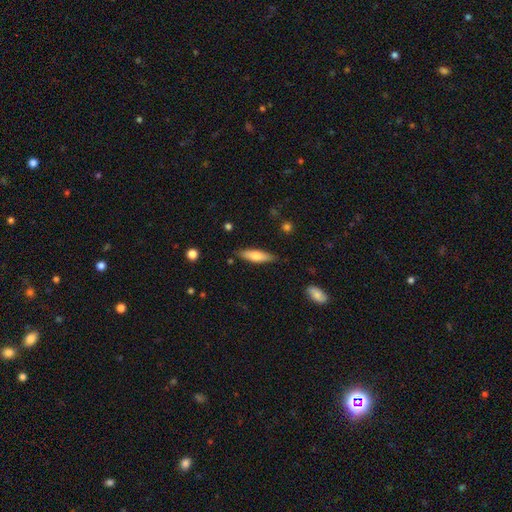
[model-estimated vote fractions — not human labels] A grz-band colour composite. It shows a smooth galaxy with no disk features (67%) that is cigar-shaped (62%). Merging: none (83%).